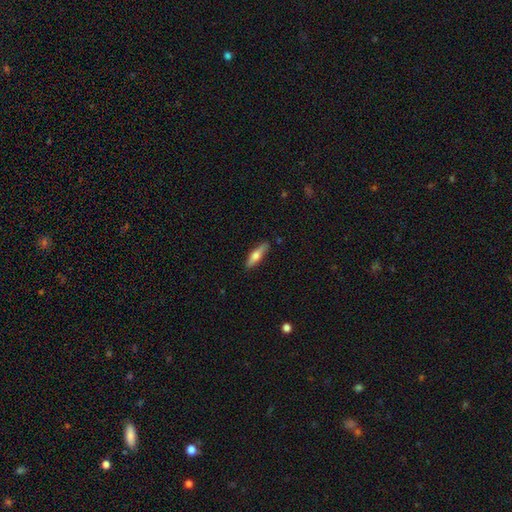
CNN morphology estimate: Smooth or featured? smooth (58%)
How rounded? cigar-shaped (69%)
Merging? none (83%)